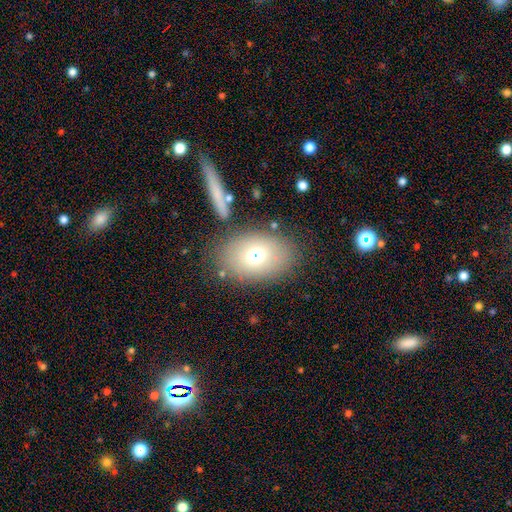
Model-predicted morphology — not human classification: type=smooth (70%); roundness=in between (80%); merging=none (74%).